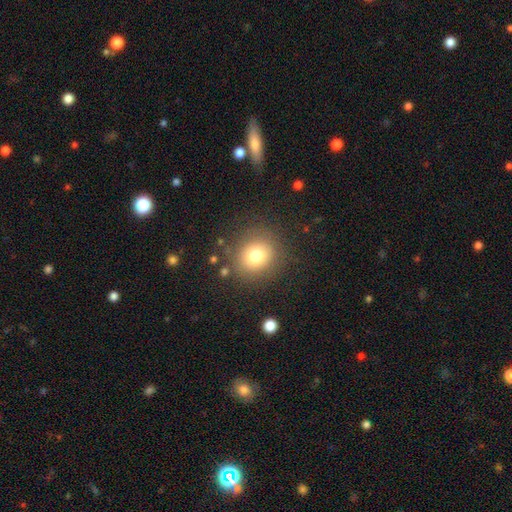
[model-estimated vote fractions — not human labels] Morphology: type=smooth (76%); roundness=round (85%); merging=none (83%).